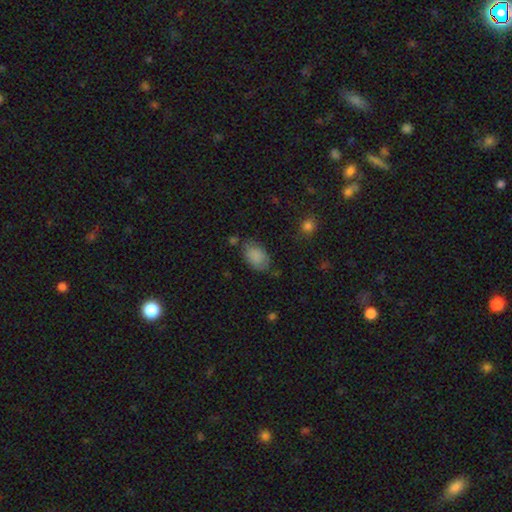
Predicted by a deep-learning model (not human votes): This is clearly a smooth galaxy (83%). How rounded: clearly in between (87%). Merging: likely none (62%).